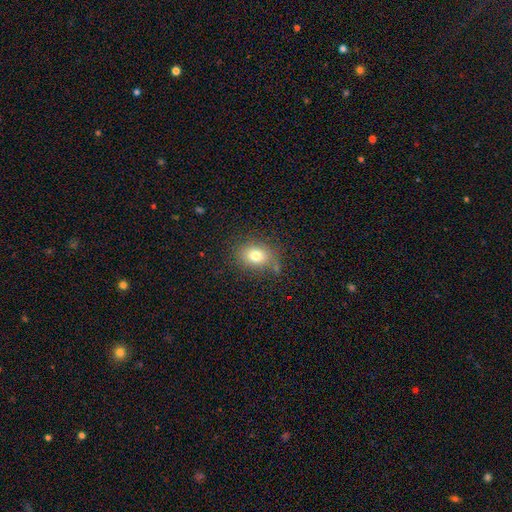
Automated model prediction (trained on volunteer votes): Smooth or featured? Predicted: smooth (p=0.77). How rounded? Predicted: in between (p=0.54). Merging? Predicted: none (p=0.78).